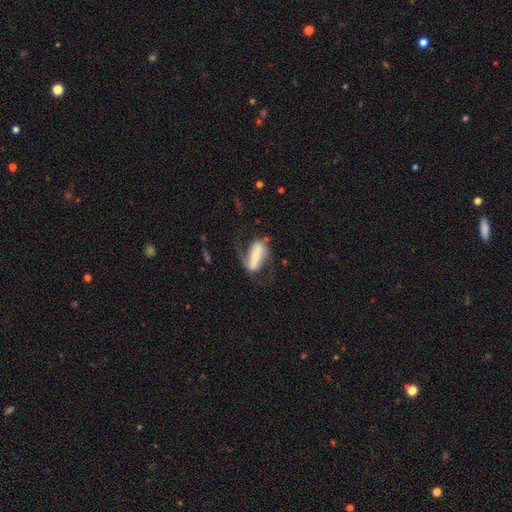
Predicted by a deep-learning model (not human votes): This appears to be a featured or disk galaxy (61%) with a strong bar (67%), spiral arms (79%) and a small central bulge (42%). Merging: none (54%).